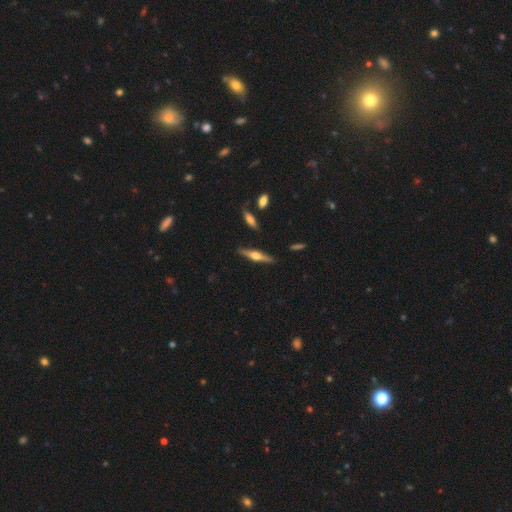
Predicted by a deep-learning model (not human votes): Smooth or featured: featured or disk — 72% (smooth — 22%)
Edge-on disk: yes — 97% (no — 3%)
Edge-on bulge: rounded — 88% (boxy — 9%)
Merging: none — 87% (minor disturbance — 9%)